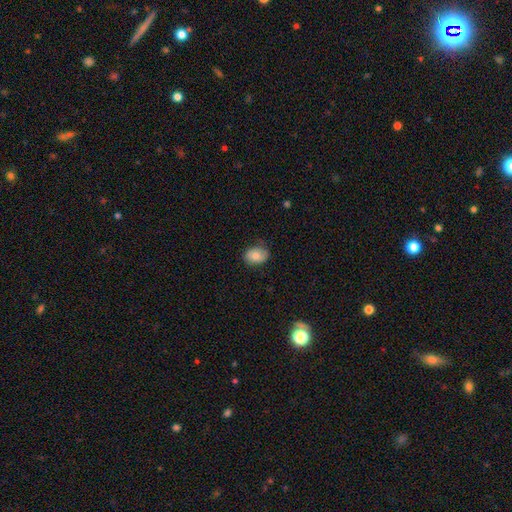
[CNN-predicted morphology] Smooth or featured? smooth (81%)
How rounded? in between (65%)
Merging? none (77%)